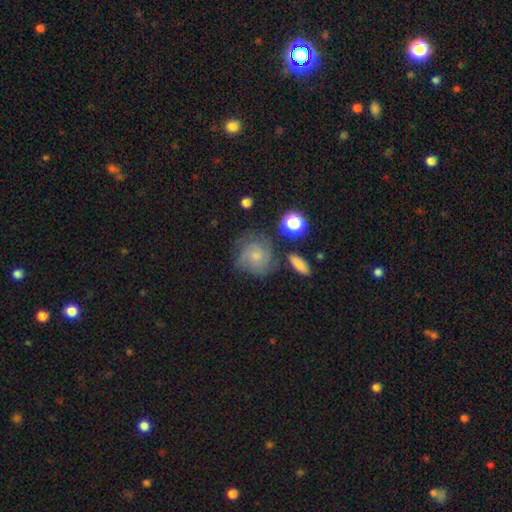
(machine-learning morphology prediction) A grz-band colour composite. It shows a smooth galaxy with no disk features (45%). Merging: none (61%).